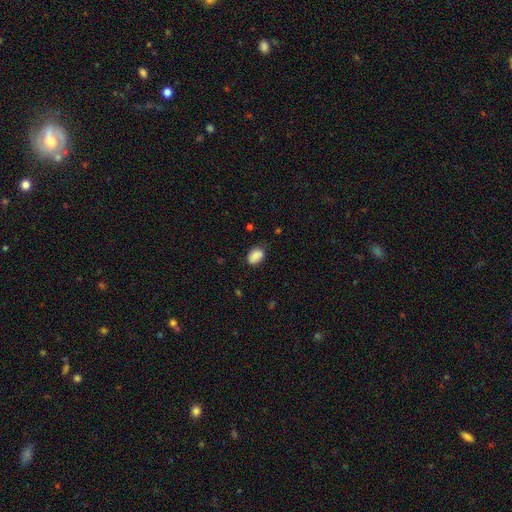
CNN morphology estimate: Q: Smooth or featured?
A: smooth (88%); runner-up: star or artifact (8%)
Q: How rounded?
A: in between (82%); runner-up: round (17%)
Q: Merging?
A: none (74%); runner-up: minor disturbance (20%)